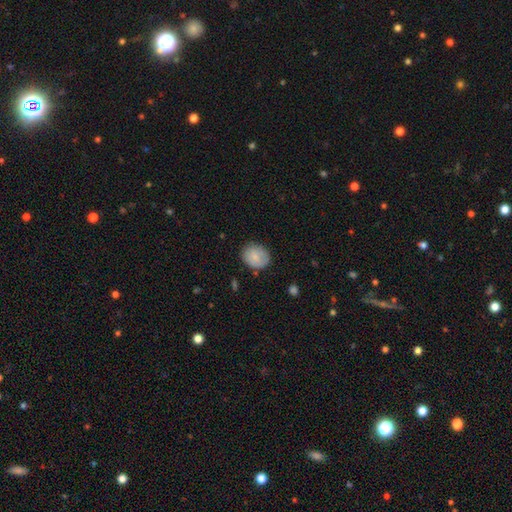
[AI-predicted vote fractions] This appears to be a smooth galaxy with no disk features (80%) that is round (53%). Merging: none (78%).